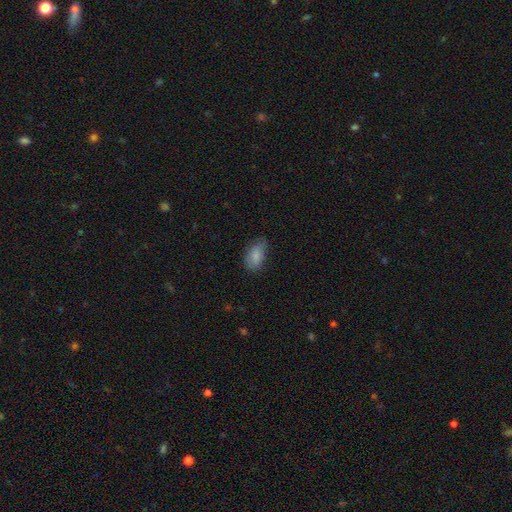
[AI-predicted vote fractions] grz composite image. It shows a smooth galaxy with no disk features (84%) that is in between round and cigar-shaped (92%). Merging: none (64%).